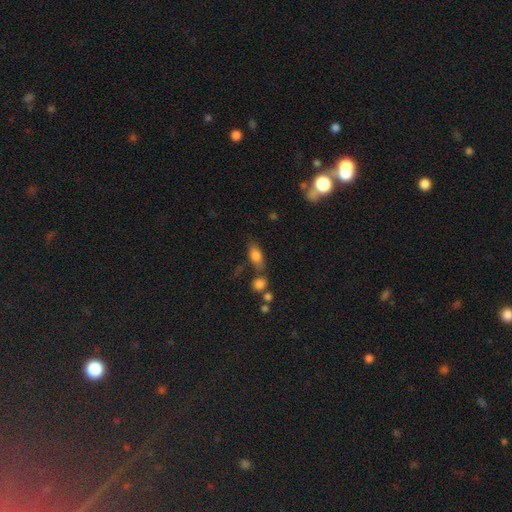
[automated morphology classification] This appears to be a smooth galaxy with no disk features (78%) that is in between round and cigar-shaped (82%). Merging: none (64%).